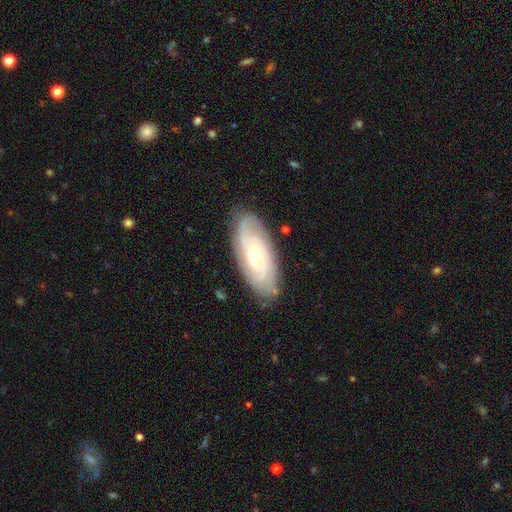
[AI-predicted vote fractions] Overall: featured or disk (79%). Edge-on disk: no (91%). Bar: no (72%). Spiral arms: yes (92%). Spiral arm count: can't tell (40%; 2 25%). Spiral winding: tight (68%). Bulge size: small (60%; moderate 37%). Merging: none (82%).